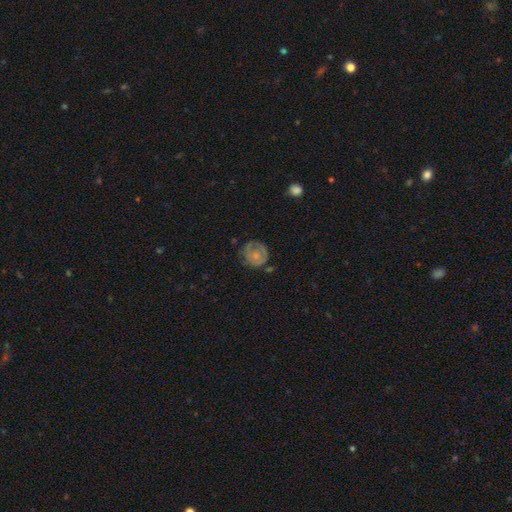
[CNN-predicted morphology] Q: Smooth or featured?
A: smooth (52%); runner-up: featured or disk (40%)
Q: How rounded?
A: round (83%); runner-up: in between (16%)
Q: Merging?
A: none (56%); runner-up: minor disturbance (27%)